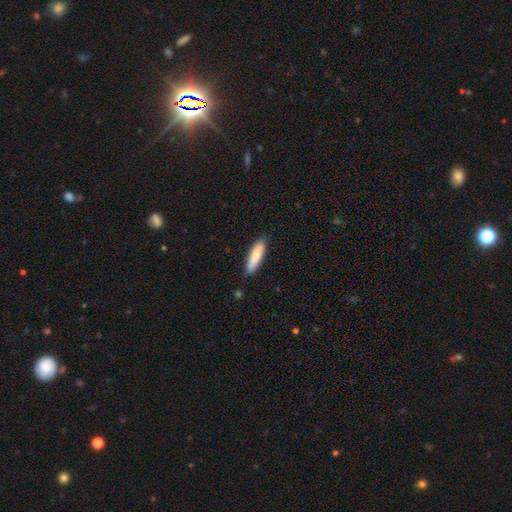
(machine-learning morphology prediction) The model was most divided on "how rounded": cigar-shaped: 60%, in between: 38%, round: 1%. More confident: merging — none (78%); smooth or featured — smooth (77%).